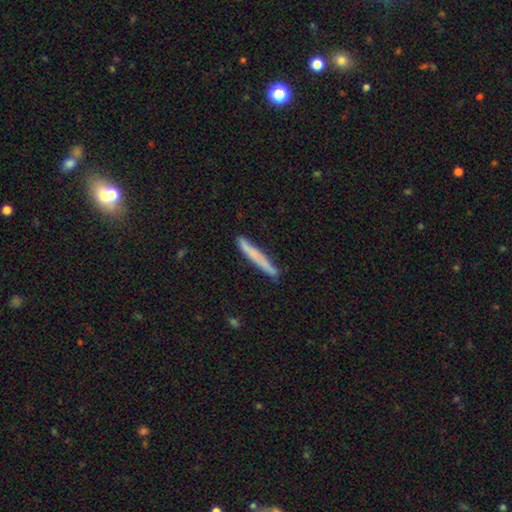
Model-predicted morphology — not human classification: Smooth or featured? smooth (69%)
How rounded? cigar-shaped (96%)
Merging? none (87%)